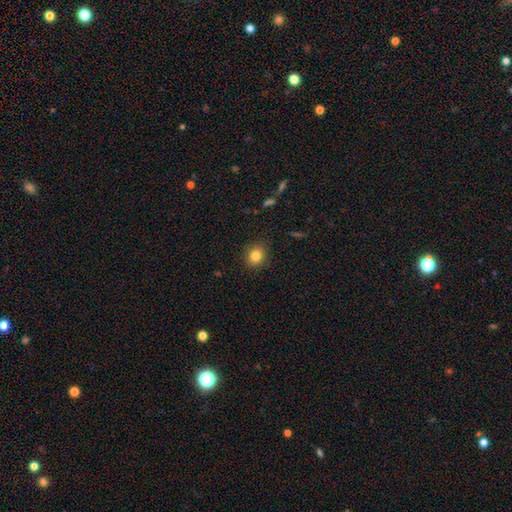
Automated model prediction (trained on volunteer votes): smooth_or_featured: smooth (p=0.83) [alt: star or artifact p=0.11]
how_rounded: round (p=0.84) [alt: in between p=0.15]
merging: none (p=0.89) [alt: minor disturbance p=0.08]